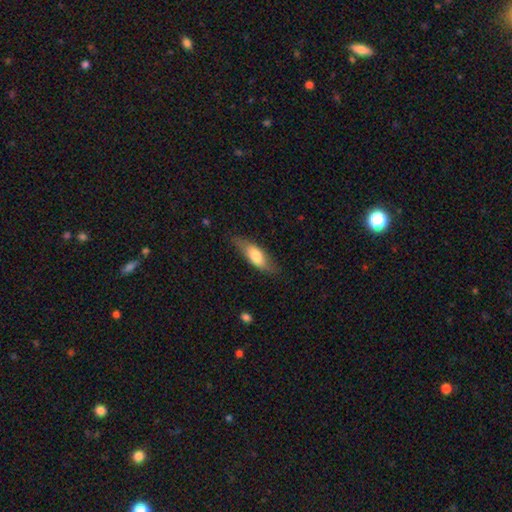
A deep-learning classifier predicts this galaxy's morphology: This is likely a smooth galaxy (67%). How rounded: possibly in between (59%). Merging: likely none (73%).